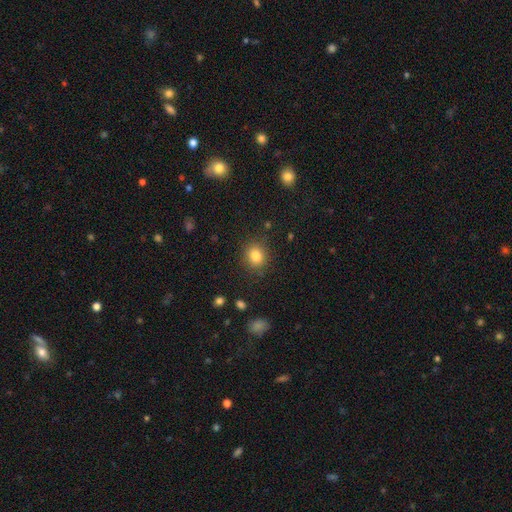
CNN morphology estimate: A smooth galaxy with no disk features (83%) that is round (75%).

Vote fractions:
- Smooth or featured? smooth: 83% / star or artifact: 11% / featured or disk: 6%
- How rounded? round: 75% / in between: 24% / cigar-shaped: 1%
- Merging? none: 85% / minor disturbance: 10% / major disturbance: 4% / merger: 2%